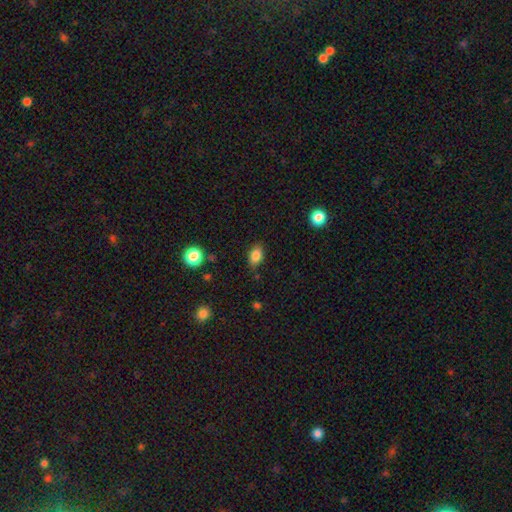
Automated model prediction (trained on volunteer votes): Smooth or featured?
  - smooth: 85% *
  - star or artifact: 10%
  - featured or disk: 6%
How rounded?
  - in between: 84% *
  - round: 14%
  - cigar-shaped: 2%
Merging?
  - none: 80% *
  - minor disturbance: 15%
  - major disturbance: 3%
  - merger: 2%